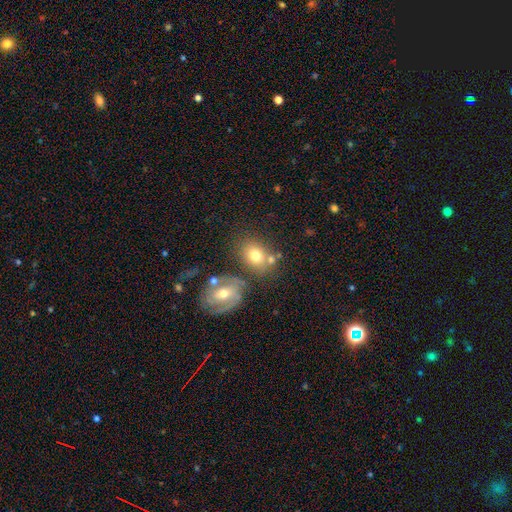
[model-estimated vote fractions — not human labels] smooth-or-featured: smooth: 69% | featured or disk: 21% | star or artifact: 10%
  how-rounded: in between: 59% | round: 39% | cigar-shaped: 1%
  merging: none: 56% | merger: 23% | minor disturbance: 15% | major disturbance: 6%